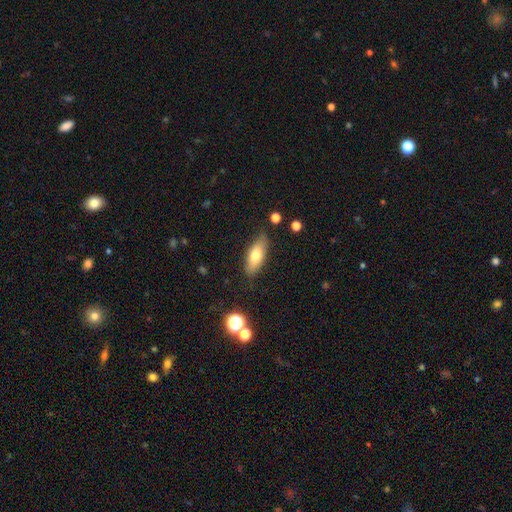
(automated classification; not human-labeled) smooth 71%, featured or disk 22%, star or artifact 7%. Down the decision tree: how rounded — in between (76%); merging — none (80%).